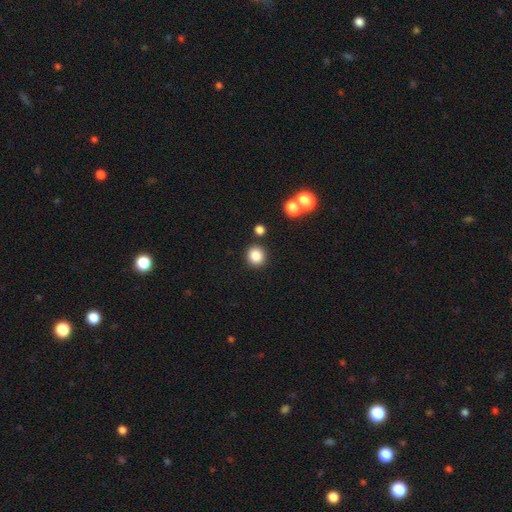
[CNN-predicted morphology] smooth 85%, star or artifact 11%, featured or disk 5%. Down the decision tree: how rounded — round (89%); merging — none (87%).